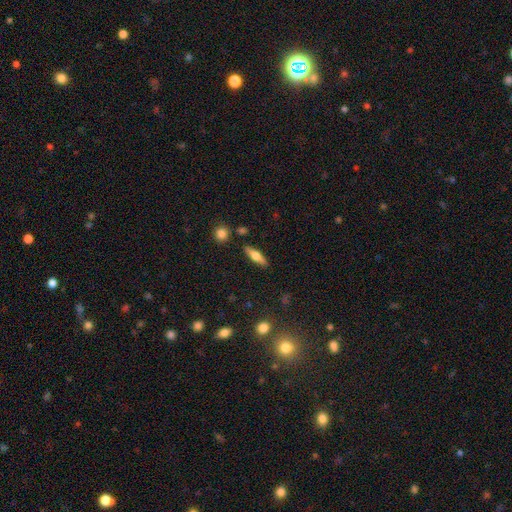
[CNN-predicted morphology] A smooth galaxy with no disk features (47%).

Vote fractions:
- Smooth or featured? smooth: 47% / featured or disk: 46% / star or artifact: 7%
- Merging? none: 87% / minor disturbance: 8% / merger: 3% / major disturbance: 2%